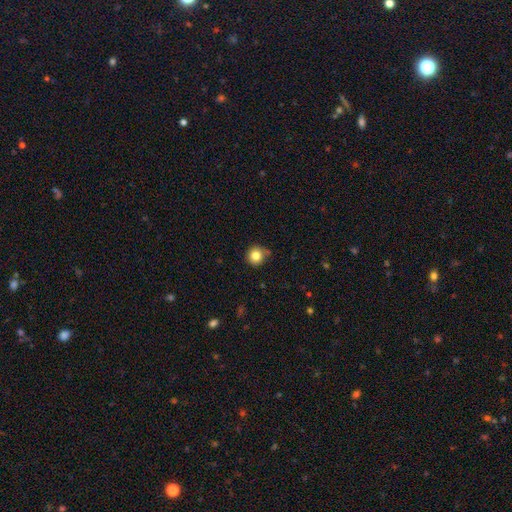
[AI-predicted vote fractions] smooth-or-featured: smooth: 82% | star or artifact: 11% | featured or disk: 7%
  how-rounded: round: 92% | in between: 7% | cigar-shaped: 1%
  merging: none: 75% | minor disturbance: 17% | merger: 4% | major disturbance: 4%